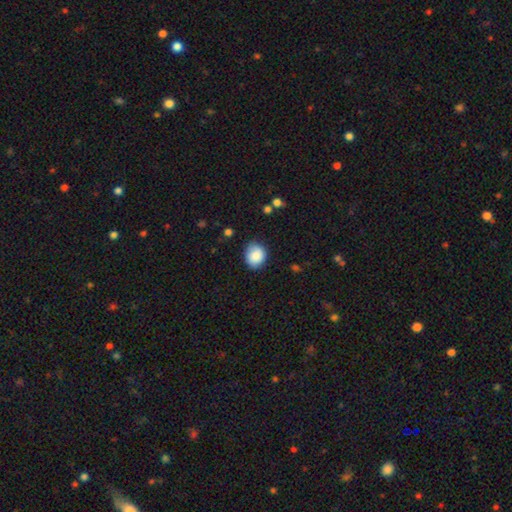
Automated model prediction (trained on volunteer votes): smooth_or_featured: smooth (p=0.85) [alt: star or artifact p=0.08]
how_rounded: round (p=0.67) [alt: in between p=0.32]
merging: none (p=0.76) [alt: minor disturbance p=0.18]